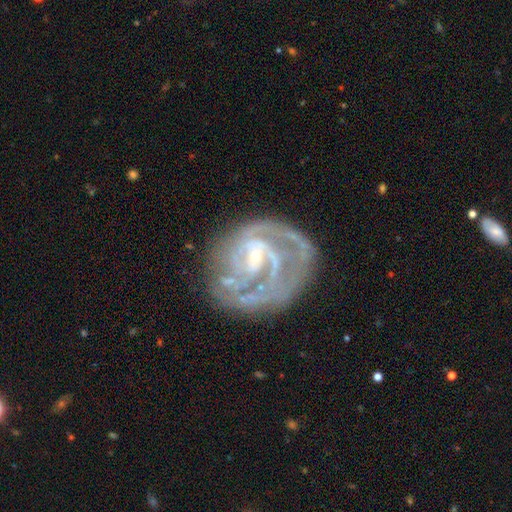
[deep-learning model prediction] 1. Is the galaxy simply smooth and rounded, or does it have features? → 85% featured or disk, 9% smooth, 6% star or artifact.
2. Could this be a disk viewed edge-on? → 98% no, 2% yes.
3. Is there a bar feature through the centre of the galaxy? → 44% no, 40% weak, 16% strong.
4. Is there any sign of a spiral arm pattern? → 88% yes, 12% no.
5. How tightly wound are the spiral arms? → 54% tight, 34% medium, 12% loose.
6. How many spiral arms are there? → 34% 2, 28% can't tell, 16% 3, 12% 1, 6% 4, 5% more than 4.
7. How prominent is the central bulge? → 76% small, 16% moderate, 6% none, 2% large, 1% dominant.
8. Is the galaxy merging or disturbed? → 57% none, 20% minor disturbance, 20% major disturbance, 4% merger.